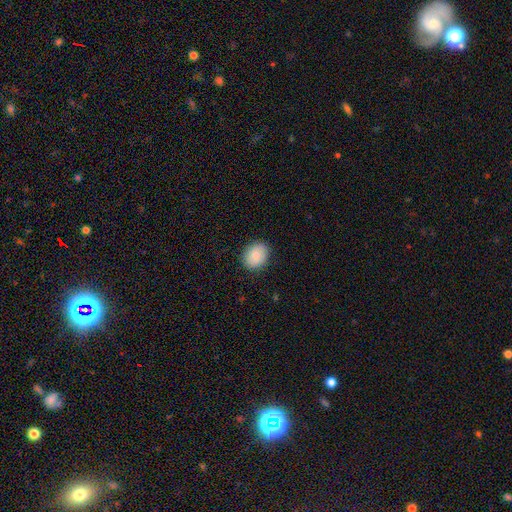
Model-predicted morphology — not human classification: type=smooth (87%); roundness=round (51%); merging=none (87%).